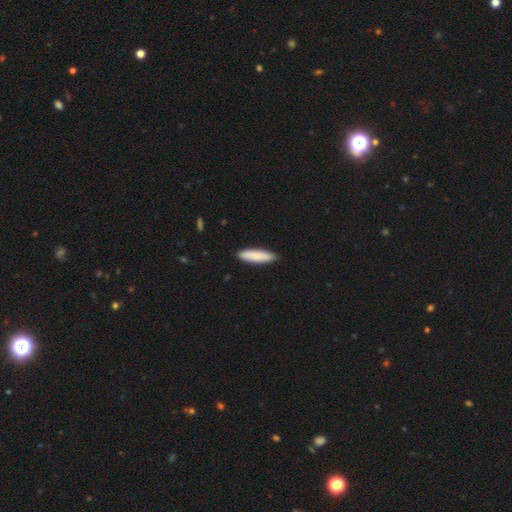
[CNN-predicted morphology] smooth_or_featured: smooth (p=0.84) [alt: featured or disk p=0.11]
how_rounded: cigar-shaped (p=0.79) [alt: in between p=0.20]
merging: none (p=0.89) [alt: minor disturbance p=0.09]